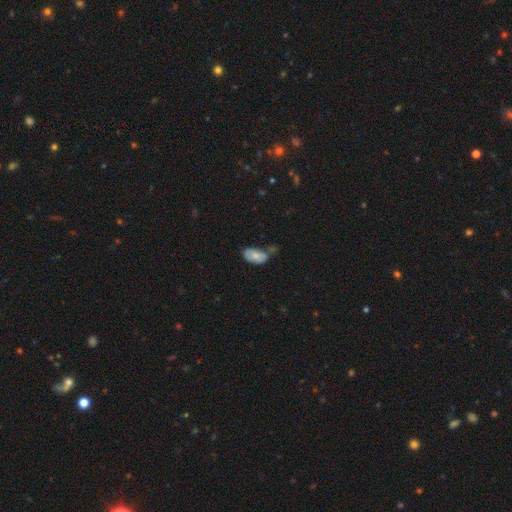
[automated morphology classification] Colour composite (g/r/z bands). It shows a smooth galaxy with no disk features (71%) that is in between round and cigar-shaped (94%). Merging: none (37%).